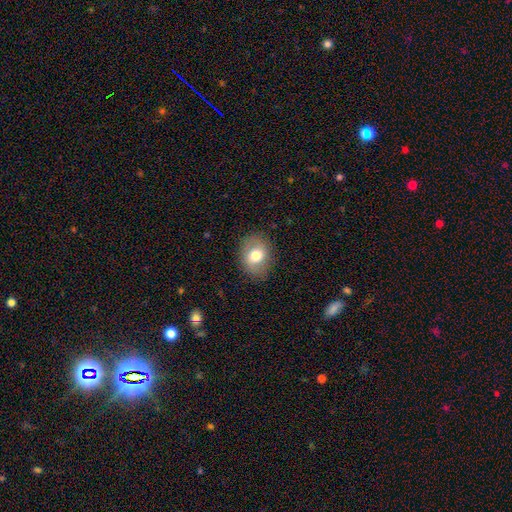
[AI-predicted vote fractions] The model was most divided on "how rounded": in between: 56%, round: 43%, cigar-shaped: 1%. More confident: merging — none (82%); smooth or featured — smooth (71%).